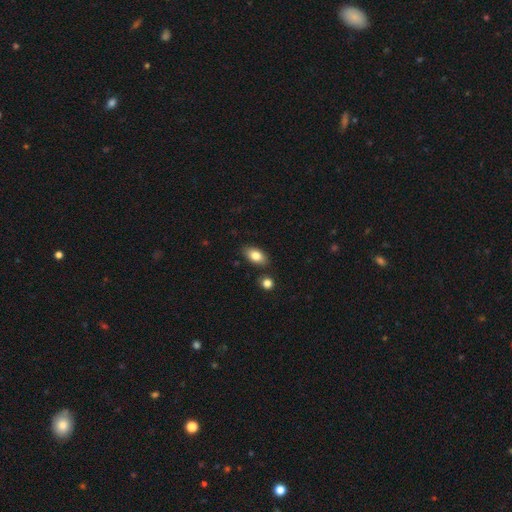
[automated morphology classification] Smooth or featured? smooth (82%)
How rounded? in between (91%)
Merging? none (83%)